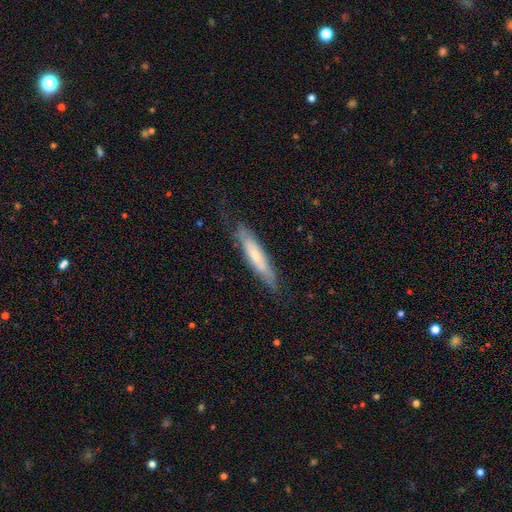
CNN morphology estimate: Smooth or featured? smooth (55%)
How rounded? cigar-shaped (84%)
Merging? none (69%)